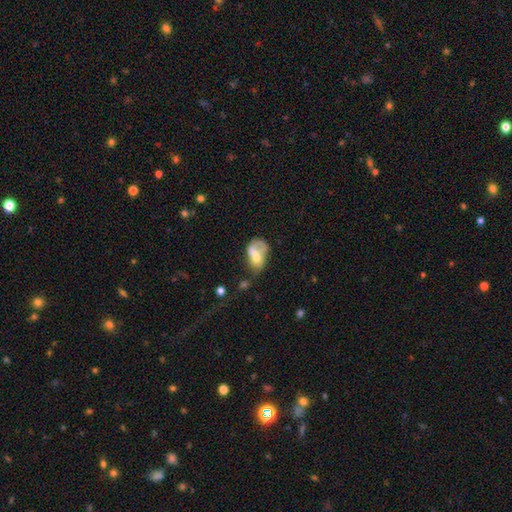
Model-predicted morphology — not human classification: Smooth or featured: smooth — 53% (featured or disk — 37%)
How rounded: in between — 79% (round — 20%)
Merging: major disturbance — 33% (merger — 26%)